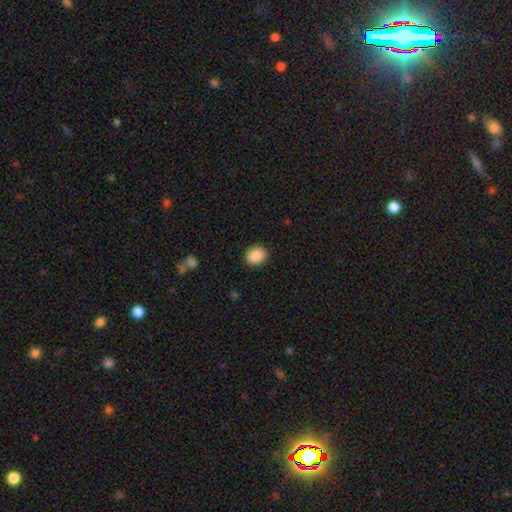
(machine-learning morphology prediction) Smooth or featured? Predicted: smooth (p=0.89). How rounded? Predicted: round (p=0.54). Merging? Predicted: none (p=0.89).